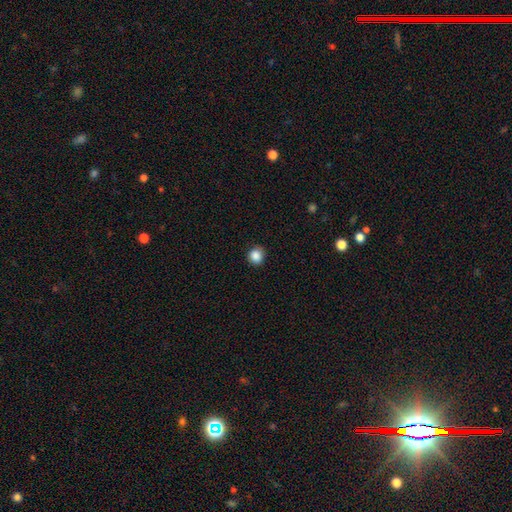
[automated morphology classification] A smooth galaxy with no disk features (87%) that is round (86%).

Vote fractions:
- Smooth or featured? smooth: 87% / star or artifact: 10% / featured or disk: 3%
- How rounded? round: 86% / in between: 13% / cigar-shaped: 1%
- Merging? none: 89% / minor disturbance: 8% / major disturbance: 2% / merger: 1%